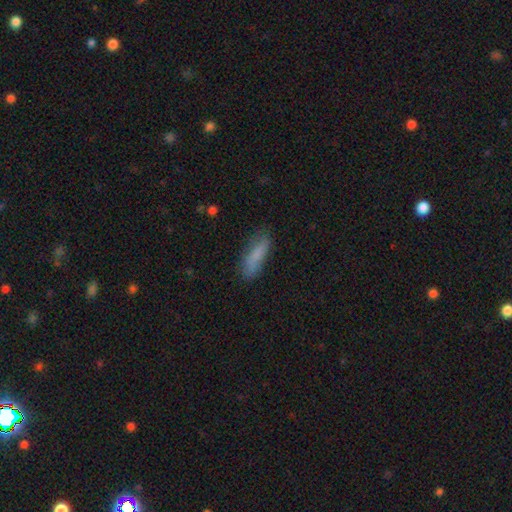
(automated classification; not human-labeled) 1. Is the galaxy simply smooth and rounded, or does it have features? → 78% smooth, 15% featured or disk, 8% star or artifact.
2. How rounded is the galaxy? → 60% cigar-shaped, 38% in between, 2% round.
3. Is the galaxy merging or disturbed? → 70% none, 21% minor disturbance, 6% major disturbance, 2% merger.